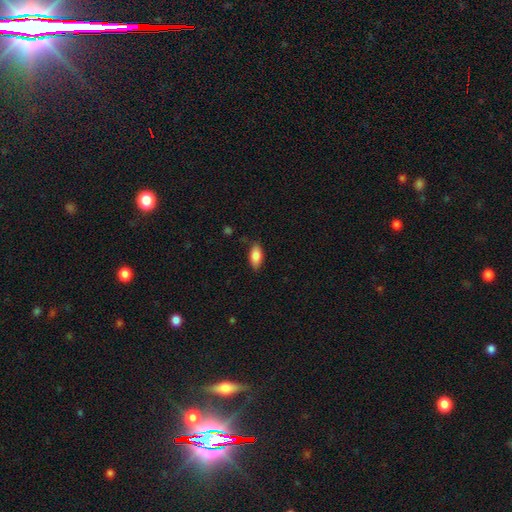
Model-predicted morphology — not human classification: smooth 85%, featured or disk 8%, star or artifact 7%. Down the decision tree: how rounded — in between (86%); merging — none (81%).